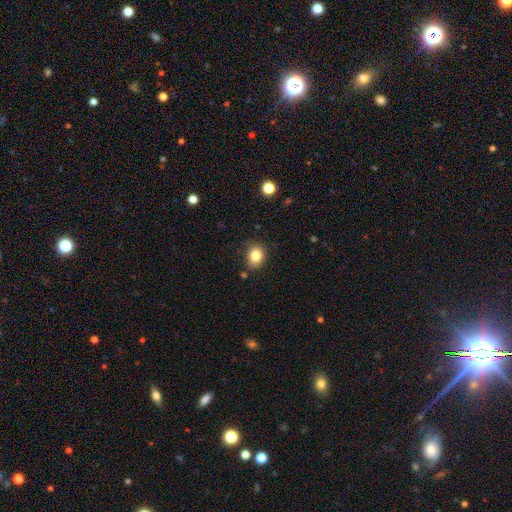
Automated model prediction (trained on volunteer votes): A smooth galaxy with no disk features (84%) that is in between round and cigar-shaped (52%).

Vote fractions:
- Smooth or featured? smooth: 84% / star or artifact: 10% / featured or disk: 6%
- How rounded? in between: 52% / round: 47% / cigar-shaped: 1%
- Merging? none: 83% / minor disturbance: 12% / major disturbance: 3% / merger: 2%